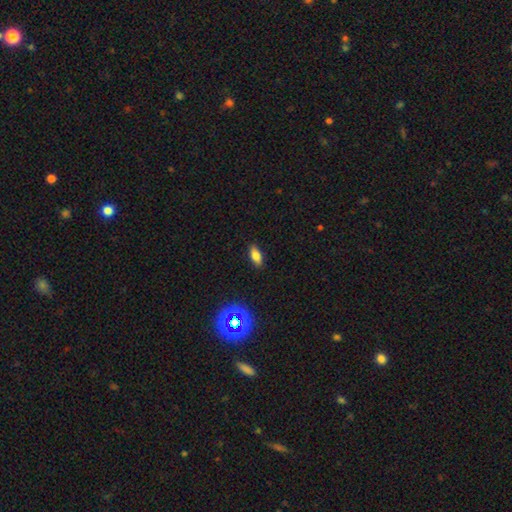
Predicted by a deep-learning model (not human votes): Smooth or featured?
  - smooth: 75% *
  - star or artifact: 13%
  - featured or disk: 12%
How rounded?
  - in between: 82% *
  - cigar-shaped: 14%
  - round: 4%
Merging?
  - none: 88% *
  - minor disturbance: 9%
  - major disturbance: 2%
  - merger: 1%